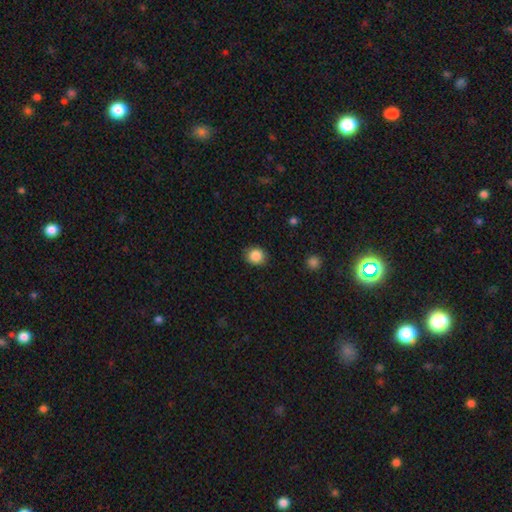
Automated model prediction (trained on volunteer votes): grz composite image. It shows a smooth galaxy with no disk features (87%) that is round (76%). Merging: none (89%).